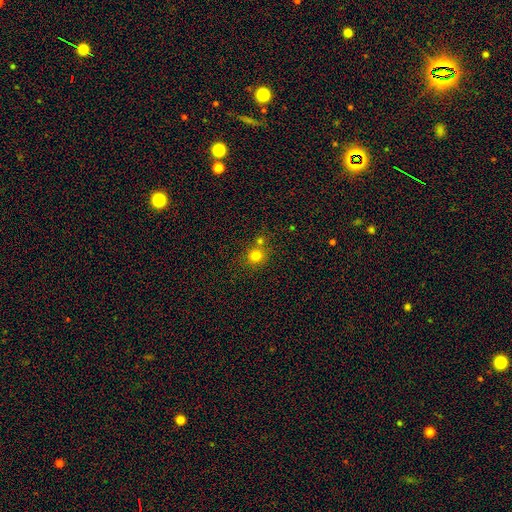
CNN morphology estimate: This is likely a smooth galaxy (78%). How rounded: clearly round (88%). Merging: likely none (62%).